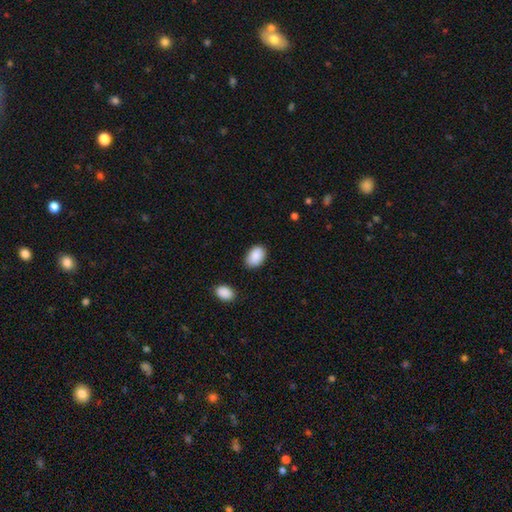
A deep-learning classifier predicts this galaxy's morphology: Overall: smooth (90%). How rounded: in between (87%). Merging: none (83%).